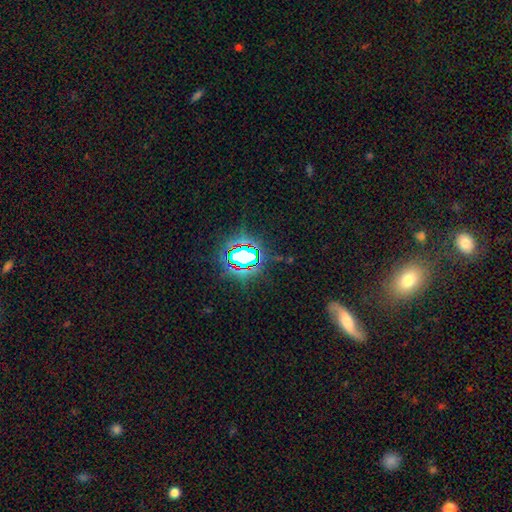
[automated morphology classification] Smooth or featured?
  - star or artifact: 69% *
  - smooth: 18%
  - featured or disk: 13%